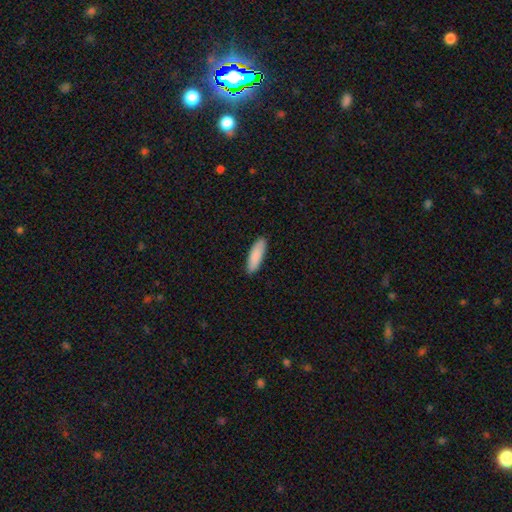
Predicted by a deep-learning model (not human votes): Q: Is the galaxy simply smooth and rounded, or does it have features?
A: smooth — 89%.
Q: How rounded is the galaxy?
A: in between — 50%.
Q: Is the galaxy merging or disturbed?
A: none — 88%.